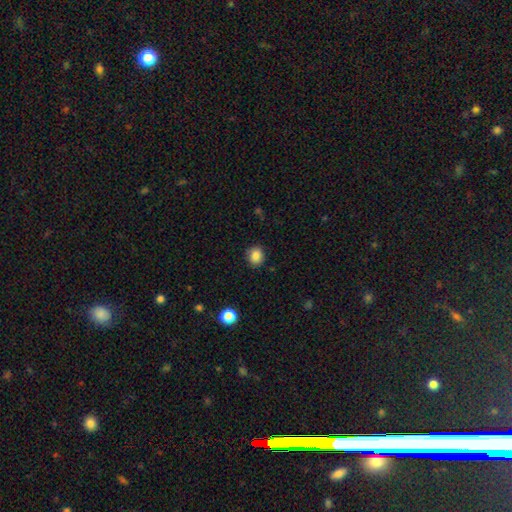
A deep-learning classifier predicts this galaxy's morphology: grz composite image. It shows a smooth galaxy with no disk features (85%) that is round (77%). Merging: none (89%).